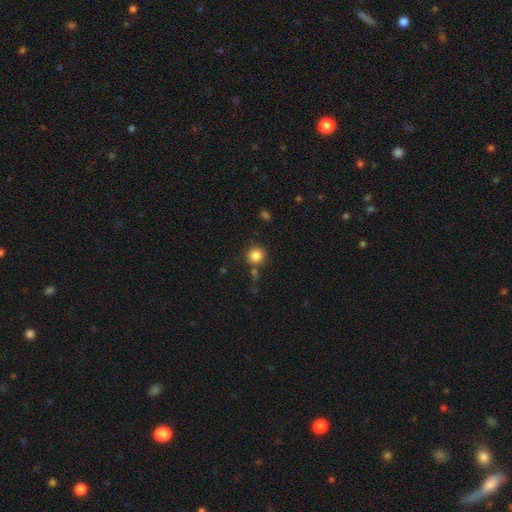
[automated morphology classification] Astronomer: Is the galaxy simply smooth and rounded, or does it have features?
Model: smooth — 85%.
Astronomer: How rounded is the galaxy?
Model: round — 94%.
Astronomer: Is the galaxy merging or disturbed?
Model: none — 79%.